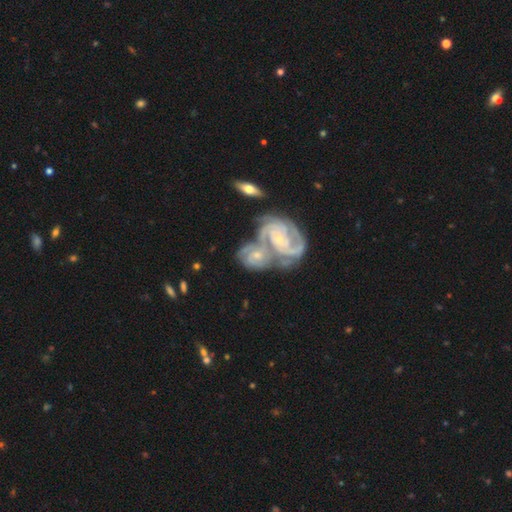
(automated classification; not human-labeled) The model was most divided on "spiral arm count": 3: 39%, 2: 22%, can't tell: 18%, 4: 11%, more than 4: 5%, 1: 5%. More confident: edge-on disk — no (97%); spiral arms — yes (97%); smooth or featured — featured or disk (86%); bulge size — small (73%); merging — merger (72%); bar — no (68%); spiral winding — tight (60%).